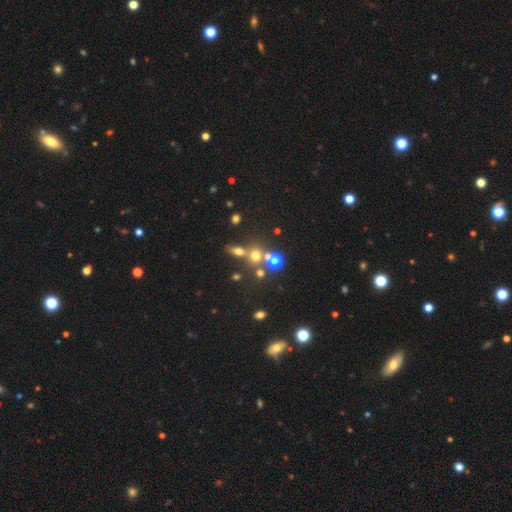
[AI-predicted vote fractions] Overall: smooth (57%; star or artifact 26%). How rounded: round (79%). Merging: none (50%; merger 34%).